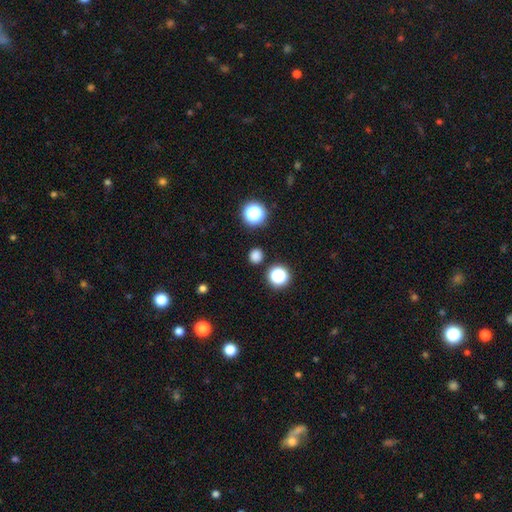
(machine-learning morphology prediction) Smooth or featured?
  - smooth: 76% *
  - star or artifact: 21%
  - featured or disk: 4%
How rounded?
  - round: 88% *
  - in between: 11%
  - cigar-shaped: 1%
Merging?
  - none: 89% *
  - minor disturbance: 6%
  - major disturbance: 2%
  - merger: 2%